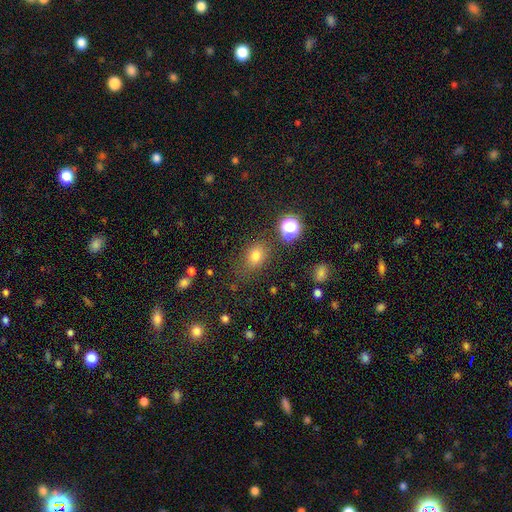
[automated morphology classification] Q: Smooth or featured?
A: smooth (74%); runner-up: star or artifact (18%)
Q: How rounded?
A: in between (58%); runner-up: round (41%)
Q: Merging?
A: none (74%); runner-up: minor disturbance (16%)